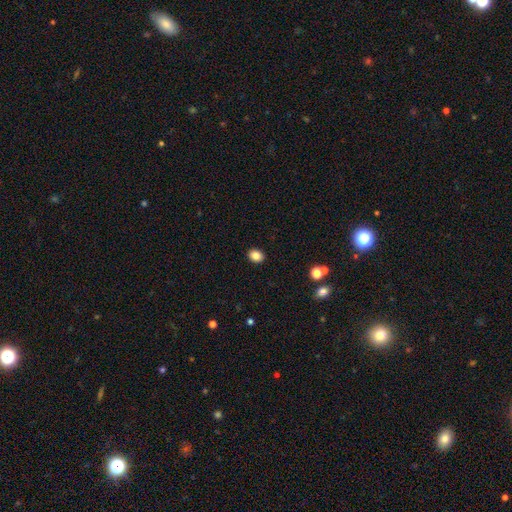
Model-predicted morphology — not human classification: Smooth or featured?
  - smooth: 85% *
  - star or artifact: 10%
  - featured or disk: 5%
How rounded?
  - in between: 56% *
  - round: 43%
  - cigar-shaped: 1%
Merging?
  - none: 91% *
  - minor disturbance: 6%
  - major disturbance: 2%
  - merger: 1%